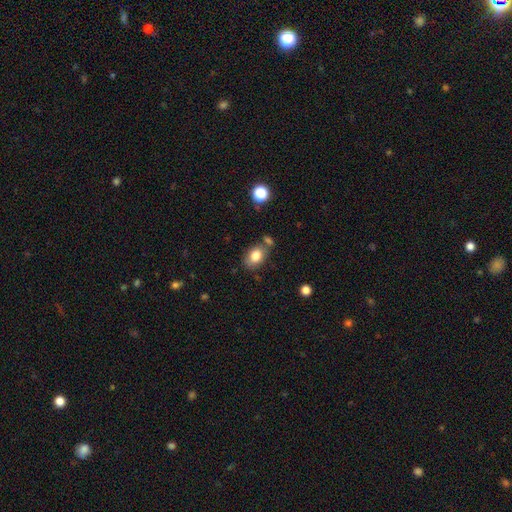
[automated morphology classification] A smooth galaxy with no disk features (81%) that is in between round and cigar-shaped (75%).

Vote fractions:
- Smooth or featured? smooth: 81% / featured or disk: 10% / star or artifact: 9%
- How rounded? in between: 75% / round: 24% / cigar-shaped: 1%
- Merging? none: 67% / minor disturbance: 16% / merger: 13% / major disturbance: 4%